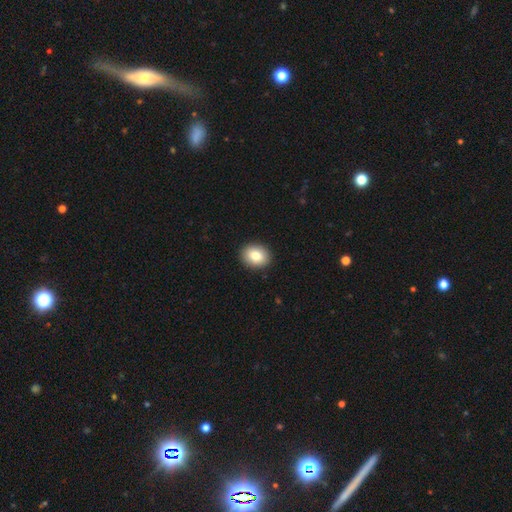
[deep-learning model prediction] This appears to be a smooth galaxy with no disk features (82%) that is round (52%). Merging: none (91%).